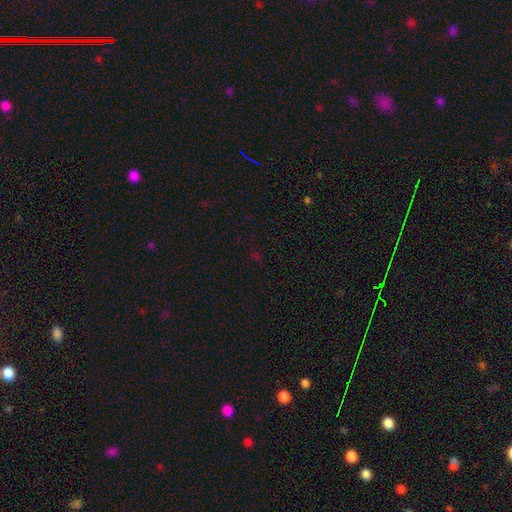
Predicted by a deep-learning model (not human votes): Smooth or featured: star or artifact — 65% (smooth — 27%)